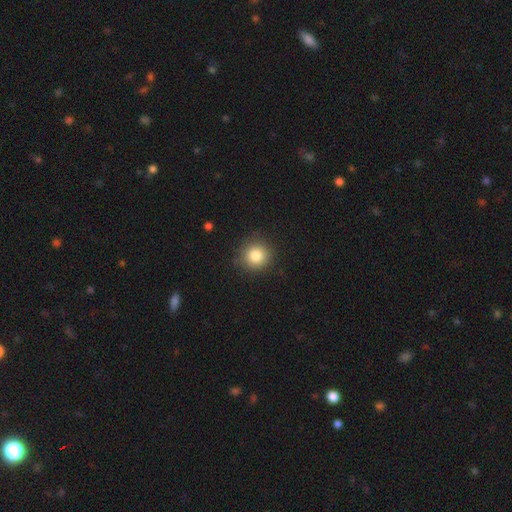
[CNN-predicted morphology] type=smooth (82%); roundness=round (91%); merging=none (87%).